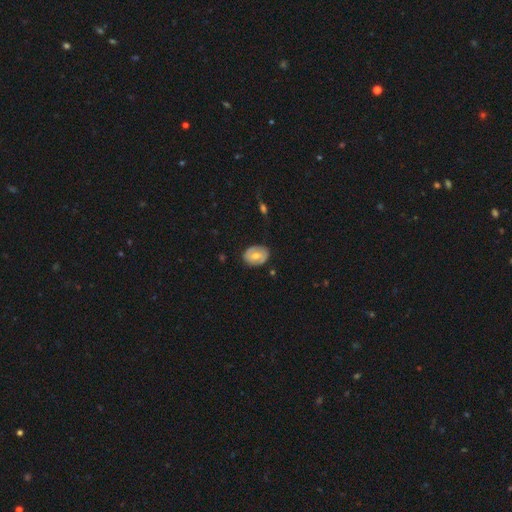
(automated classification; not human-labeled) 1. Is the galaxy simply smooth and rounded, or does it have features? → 47% smooth (tied), 47% featured or disk (tied), 6% star or artifact.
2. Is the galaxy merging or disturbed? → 81% none, 14% minor disturbance, 3% major disturbance, 1% merger.